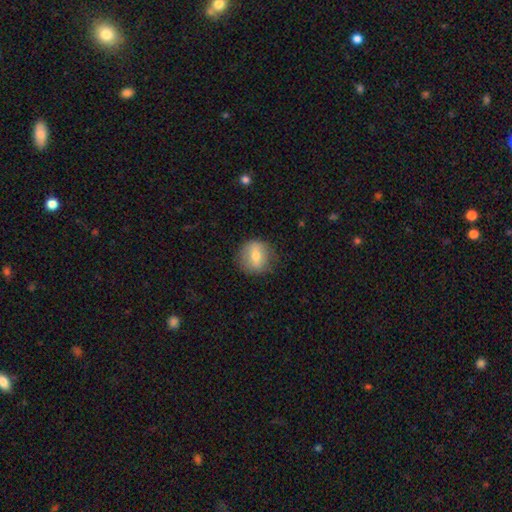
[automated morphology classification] smooth 64%, featured or disk 28%, star or artifact 8%. Down the decision tree: how rounded — round (86%); merging — none (81%).